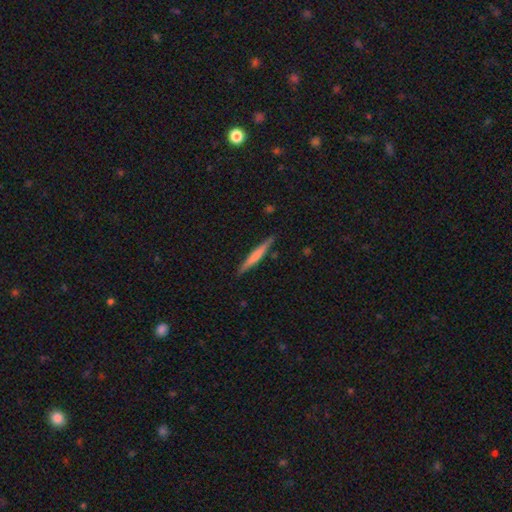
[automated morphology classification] smooth_or_featured: smooth (p=0.52) [alt: featured or disk p=0.43]
how_rounded: cigar-shaped (p=0.95) [alt: in between p=0.04]
merging: none (p=0.89) [alt: minor disturbance p=0.08]